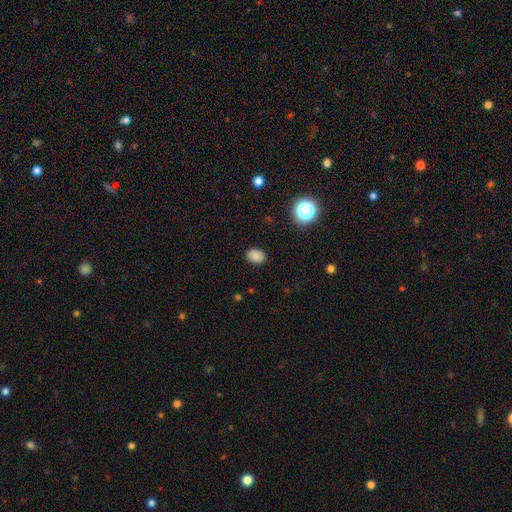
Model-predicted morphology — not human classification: Smooth or featured? smooth (85%)
How rounded? in between (74%)
Merging? none (86%)